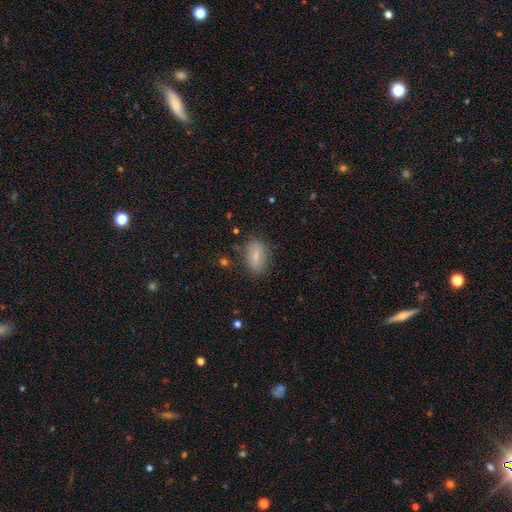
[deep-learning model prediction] Smooth or featured? Predicted: smooth (p=0.77). How rounded? Predicted: in between (p=0.87). Merging? Predicted: none (p=0.80).